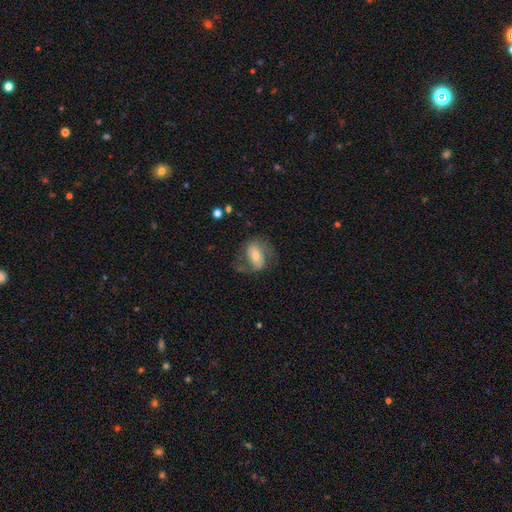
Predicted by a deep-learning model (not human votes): Smooth or featured?
  - featured or disk: 53% *
  - smooth: 39%
  - star or artifact: 8%
Edge-on disk?
  - no: 94% *
  - yes: 6%
Merging?
  - none: 58% *
  - minor disturbance: 21%
  - major disturbance: 19%
  - merger: 3%